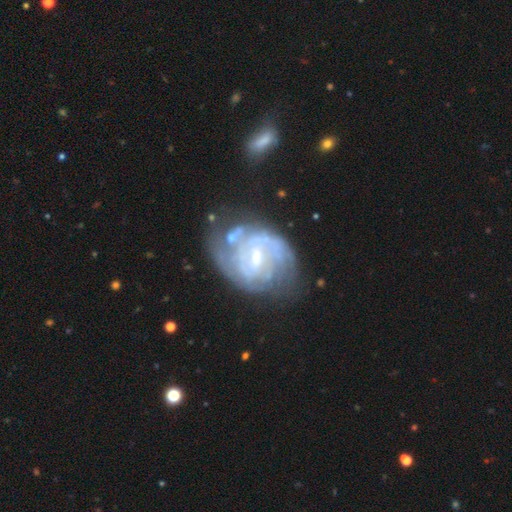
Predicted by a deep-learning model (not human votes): featured or disk 82%, smooth 12%, star or artifact 6%. Down the decision tree: edge-on disk — no (97%); bar — weak (54%); spiral arms — yes (86%); spiral arm count — can't tell (44%); spiral winding — tight (58%); bulge size — small (59%); merging — none (53%).